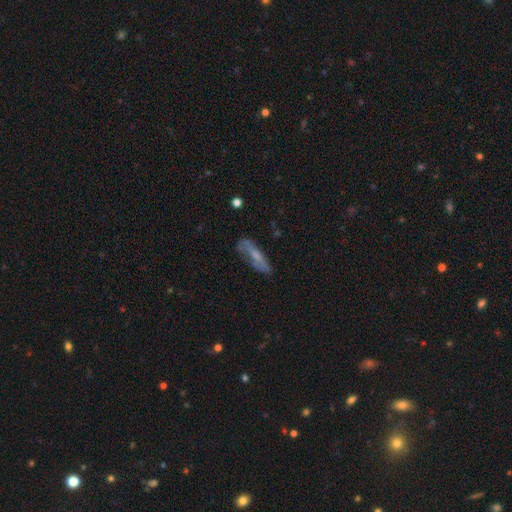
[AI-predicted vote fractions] smooth 47%, featured or disk 44%, star or artifact 9%. Down the decision tree: merging — none (55%).